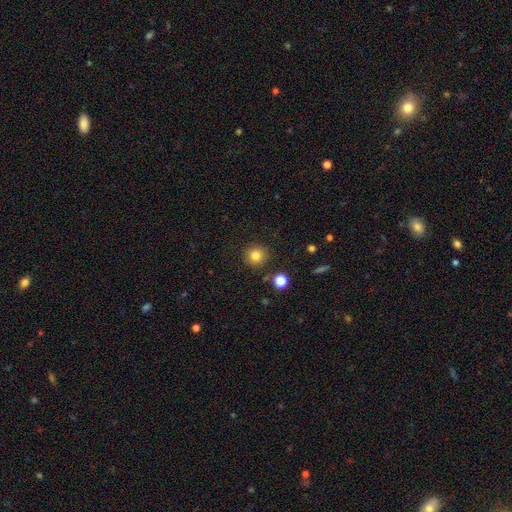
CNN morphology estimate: Smooth or featured?
  - smooth: 82% *
  - star or artifact: 12%
  - featured or disk: 6%
How rounded?
  - round: 94% *
  - in between: 5%
  - cigar-shaped: 1%
Merging?
  - none: 89% *
  - minor disturbance: 7%
  - merger: 3%
  - major disturbance: 2%